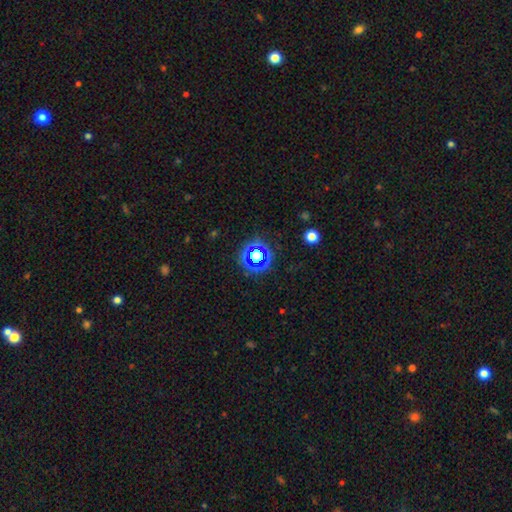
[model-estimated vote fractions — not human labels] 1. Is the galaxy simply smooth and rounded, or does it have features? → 65% star or artifact, 24% smooth, 11% featured or disk.